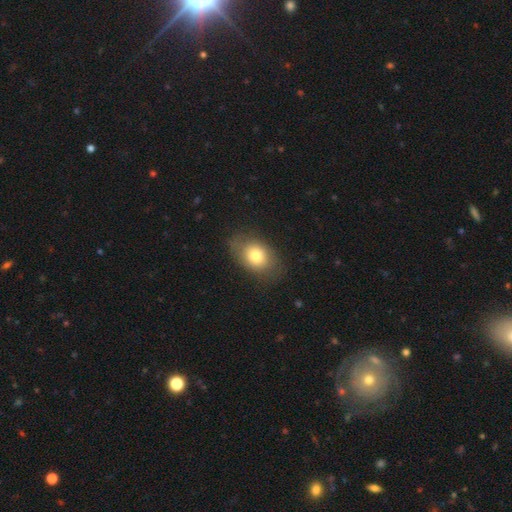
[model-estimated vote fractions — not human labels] smooth_or_featured: smooth (p=0.77) [alt: featured or disk p=0.14]
how_rounded: in between (p=0.77) [alt: round p=0.22]
merging: none (p=0.78) [alt: minor disturbance p=0.16]